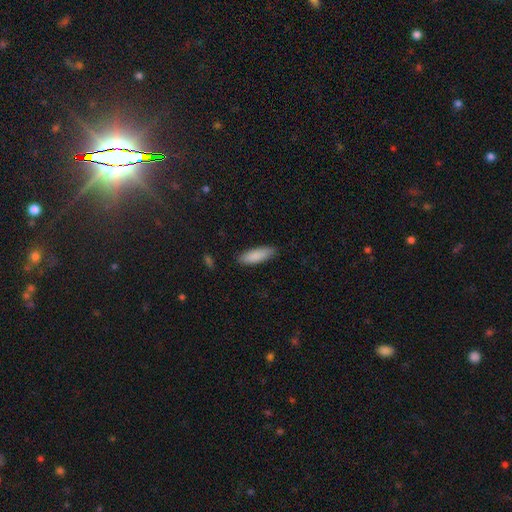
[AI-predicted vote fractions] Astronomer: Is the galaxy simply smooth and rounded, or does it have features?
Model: smooth — 87%.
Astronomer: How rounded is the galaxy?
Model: in between — 57% (runner-up: cigar-shaped, 42%).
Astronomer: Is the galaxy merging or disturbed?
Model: none — 85%.